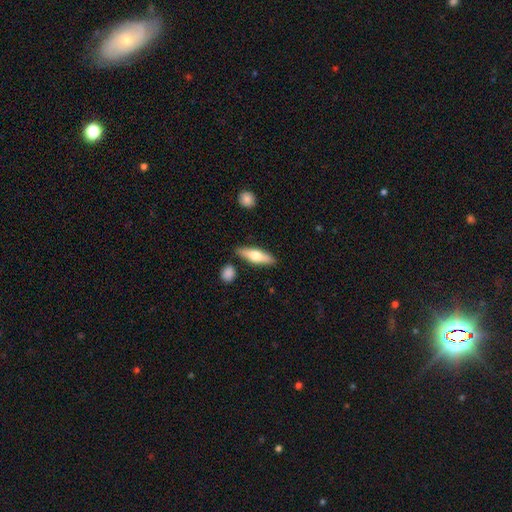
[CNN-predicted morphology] smooth-or-featured: smooth: 56% | featured or disk: 39% | star or artifact: 6%
  how-rounded: cigar-shaped: 55% | in between: 43% | round: 3%
  merging: none: 84% | minor disturbance: 10% | merger: 4% | major disturbance: 2%